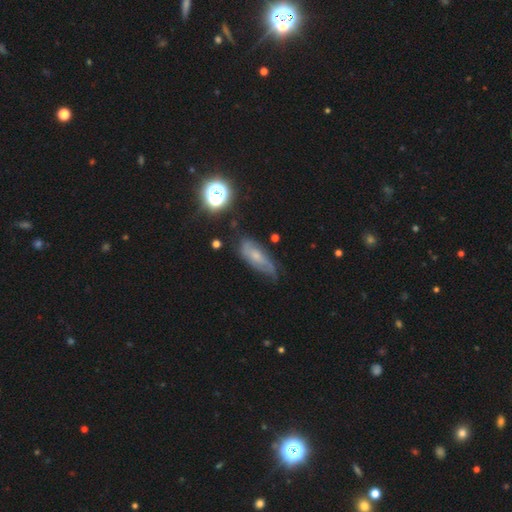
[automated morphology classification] Q: Smooth or featured?
A: featured or disk (49%); runner-up: smooth (38%)
Q: Merging?
A: none (54%); runner-up: minor disturbance (32%)